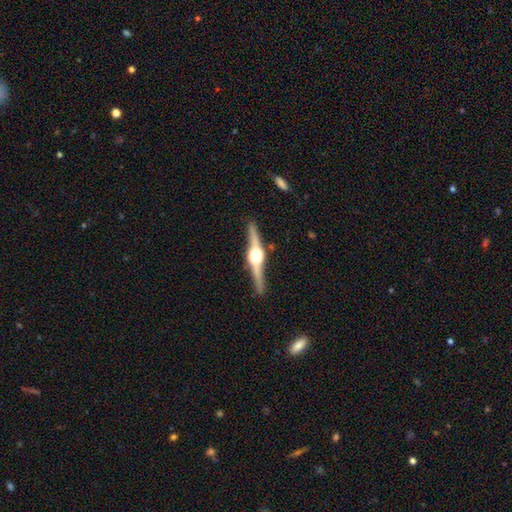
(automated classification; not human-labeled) smooth_or_featured: featured or disk (p=0.87) [alt: smooth p=0.08]
disk_edge_on: yes (p=0.98) [alt: no p=0.02]
edge_on_bulge: rounded (p=0.94) [alt: boxy p=0.05]
merging: none (p=0.89) [alt: minor disturbance p=0.08]